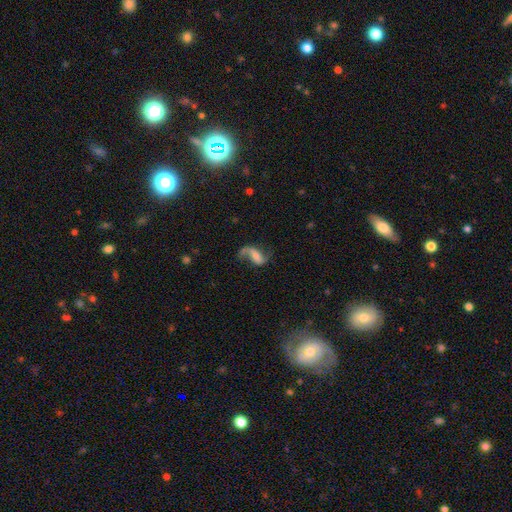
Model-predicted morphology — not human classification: A featured or disk galaxy (72%) with a weak bar (38%), 2 (72%) loose (78%) spiral arms (90%) and a small central bulge (36%).

Vote fractions:
- Smooth or featured? featured or disk: 72% / smooth: 20% / star or artifact: 8%
- Edge-on disk? no: 96% / yes: 4%
- Bar? weak: 38% / no: 33% / strong: 29%
- Spiral arms? yes: 90% / no: 10%
- Spiral winding? loose: 78% / medium: 17% / tight: 4%
- Spiral arm count? 2: 72% / 1: 24% / can't tell: 2% / 3: 1% / 4: 1% / more than 4: 1%
- Bulge size? small: 36% / none: 28% / moderate: 26% / large: 8% / dominant: 2%
- Merging? none: 52% / major disturbance: 25% / minor disturbance: 19% / merger: 4%